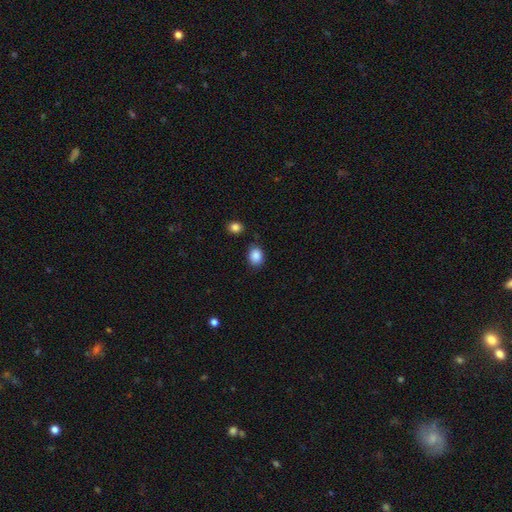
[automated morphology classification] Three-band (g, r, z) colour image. It shows a smooth galaxy with no disk features (88%) that is in between round and cigar-shaped (50%, tied with round). Merging: none (80%).